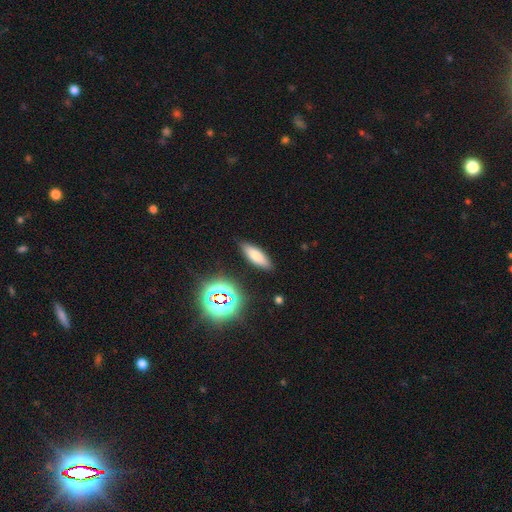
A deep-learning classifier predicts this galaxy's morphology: Q: Smooth or featured?
A: smooth (72%); runner-up: featured or disk (15%)
Q: How rounded?
A: in between (55%); runner-up: cigar-shaped (42%)
Q: Merging?
A: none (87%); runner-up: minor disturbance (9%)